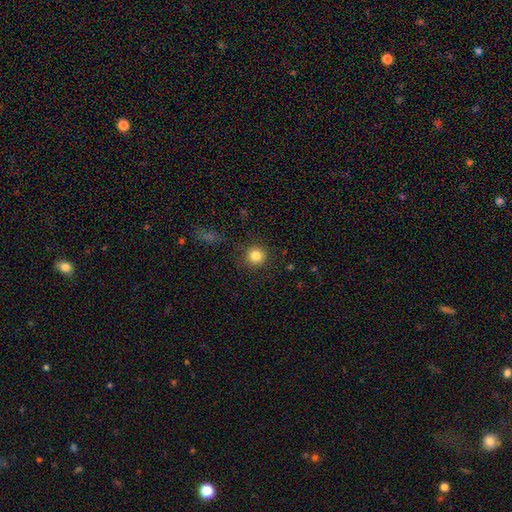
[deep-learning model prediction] Smooth or featured: smooth — 83% (star or artifact — 11%)
How rounded: round — 95% (in between — 4%)
Merging: none — 89% (minor disturbance — 6%)